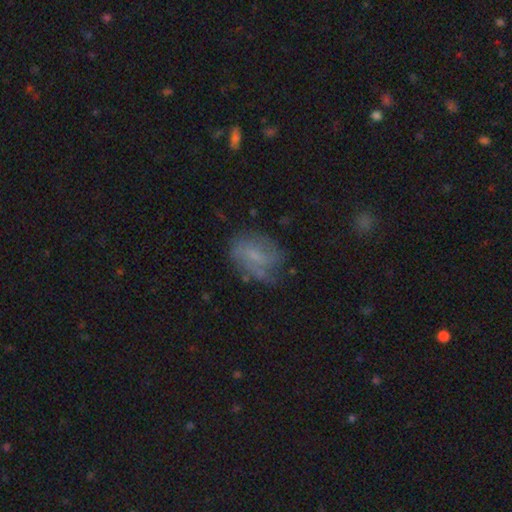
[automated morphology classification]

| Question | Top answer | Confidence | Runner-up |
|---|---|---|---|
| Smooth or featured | featured or disk | 45% | smooth (44%) |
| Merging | none | 58% | minor disturbance (26%) |